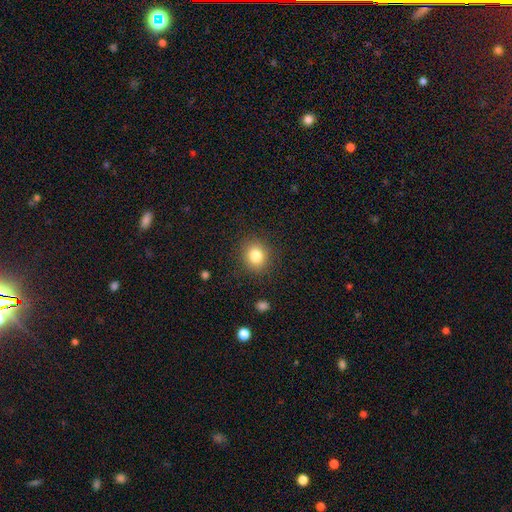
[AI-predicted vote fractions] smooth-or-featured: smooth: 82% | star or artifact: 11% | featured or disk: 7%
  how-rounded: round: 79% | in between: 20% | cigar-shaped: 1%
  merging: none: 88% | minor disturbance: 8% | major disturbance: 3% | merger: 1%